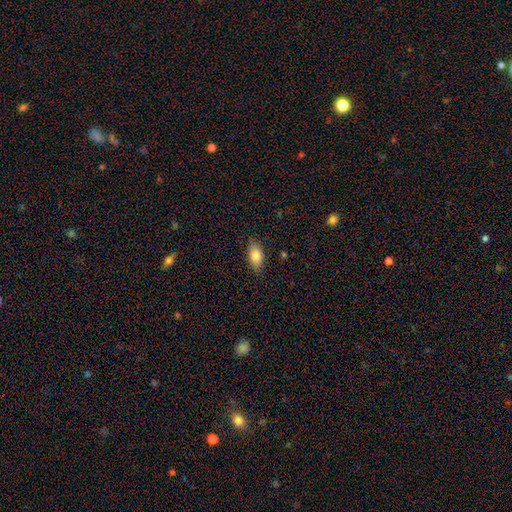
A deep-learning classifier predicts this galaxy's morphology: smooth-or-featured: smooth: 81% | featured or disk: 11% | star or artifact: 7%
  how-rounded: in between: 89% | round: 6% | cigar-shaped: 5%
  merging: none: 85% | minor disturbance: 11% | major disturbance: 2% | merger: 1%